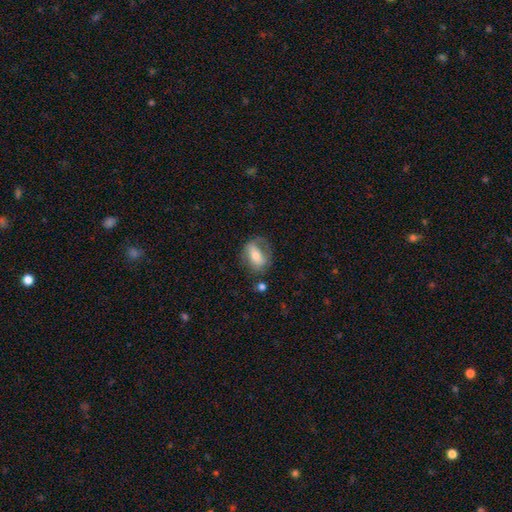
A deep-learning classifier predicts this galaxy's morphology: A smooth galaxy with no disk features (51%) that is in between round and cigar-shaped (74%).

Vote fractions:
- Smooth or featured? smooth: 51% / featured or disk: 41% / star or artifact: 8%
- How rounded? in between: 74% / round: 21% / cigar-shaped: 4%
- Merging? none: 52% / minor disturbance: 24% / major disturbance: 19% / merger: 4%